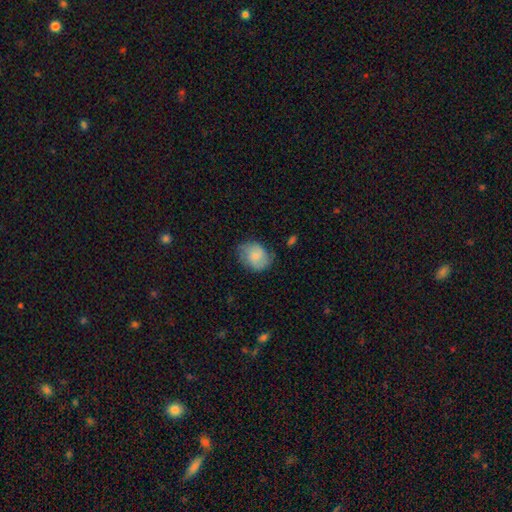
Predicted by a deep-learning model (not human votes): Q: Smooth or featured?
A: smooth (70%); runner-up: featured or disk (22%)
Q: How rounded?
A: in between (52%); runner-up: round (47%)
Q: Merging?
A: none (58%); runner-up: minor disturbance (31%)